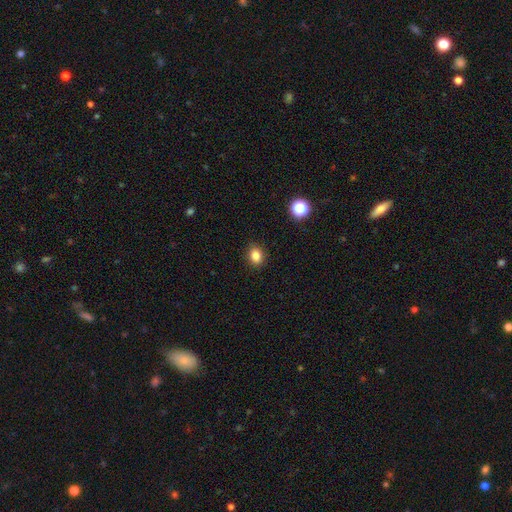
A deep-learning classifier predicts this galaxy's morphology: This is clearly a smooth galaxy (84%). How rounded: possibly in between (51%). Merging: clearly none (89%).